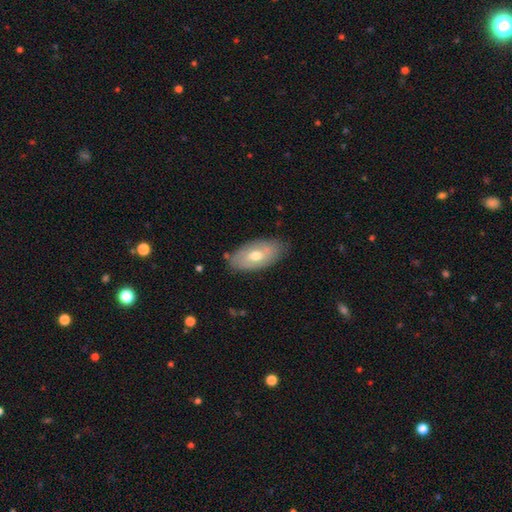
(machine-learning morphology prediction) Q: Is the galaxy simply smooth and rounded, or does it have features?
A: smooth — 54%.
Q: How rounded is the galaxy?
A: in between — 93%.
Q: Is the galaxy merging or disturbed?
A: none — 78%.